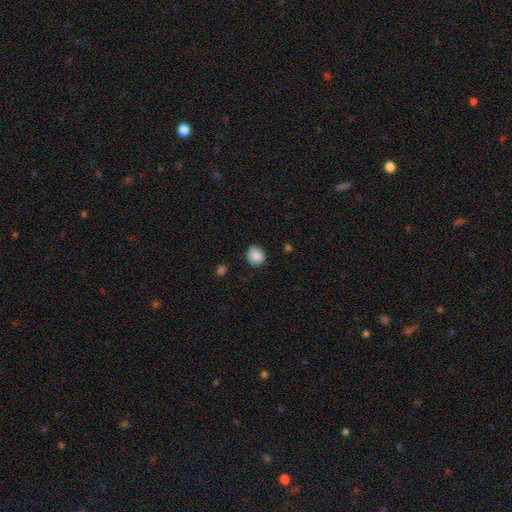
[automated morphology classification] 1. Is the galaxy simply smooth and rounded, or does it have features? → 88% smooth, 8% star or artifact, 4% featured or disk.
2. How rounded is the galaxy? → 72% round, 27% in between, 1% cigar-shaped.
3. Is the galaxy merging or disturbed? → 78% none, 18% minor disturbance, 3% major disturbance, 1% merger.